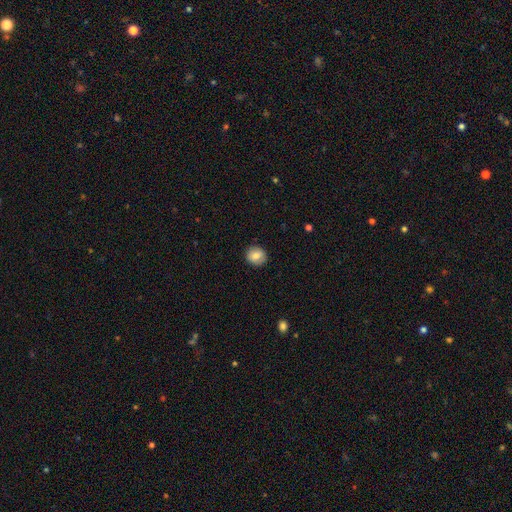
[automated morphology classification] smooth_or_featured: smooth (p=0.79) [alt: featured or disk p=0.12]
how_rounded: round (p=0.83) [alt: in between p=0.16]
merging: none (p=0.89) [alt: minor disturbance p=0.08]